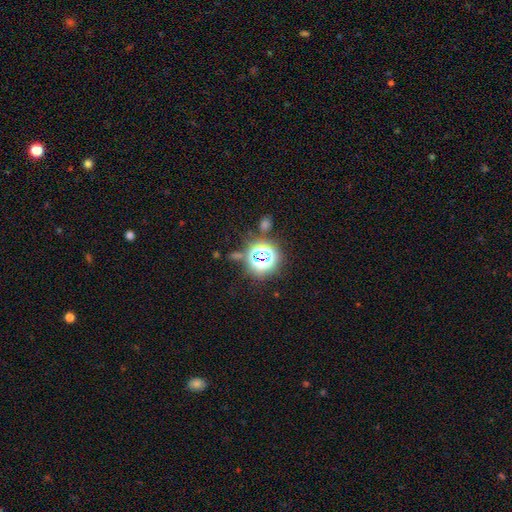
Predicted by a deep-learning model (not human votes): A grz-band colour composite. It shows a star or artifact, not a galaxy (79%).